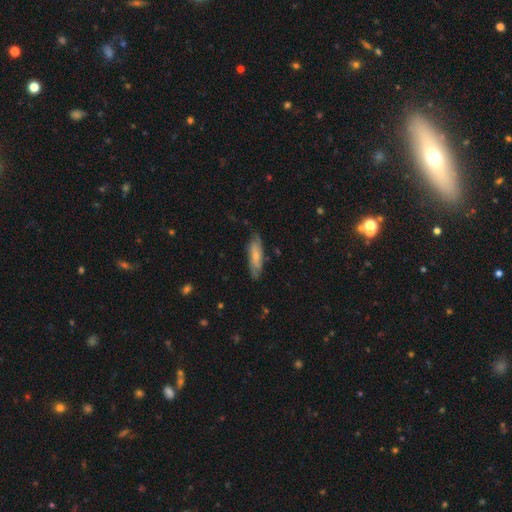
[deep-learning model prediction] smooth_or_featured: smooth (p=0.51) [alt: featured or disk p=0.43]
how_rounded: cigar-shaped (p=0.58) [alt: in between p=0.40]
merging: none (p=0.76) [alt: minor disturbance p=0.18]